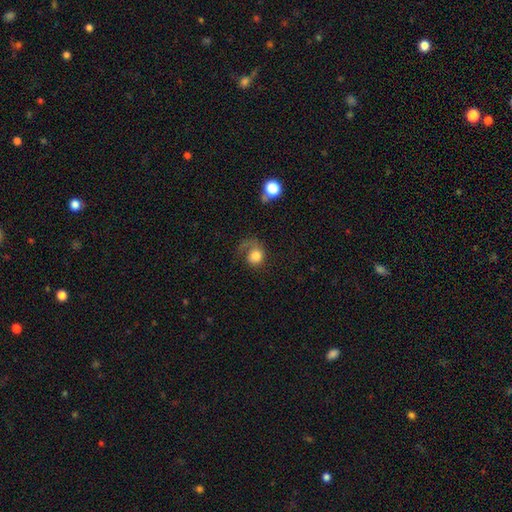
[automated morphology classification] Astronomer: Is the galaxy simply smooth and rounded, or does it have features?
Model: smooth — 61%.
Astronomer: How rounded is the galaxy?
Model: round — 75%.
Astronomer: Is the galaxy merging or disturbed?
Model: major disturbance — 44% (runner-up: none, 34%).